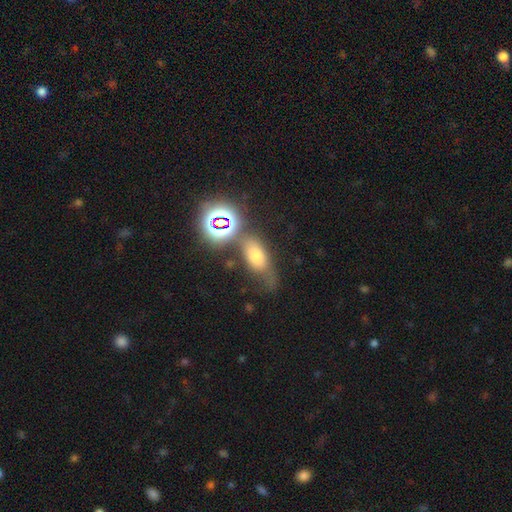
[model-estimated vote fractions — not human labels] Morphology: type=smooth (55%); roundness=in between (74%); merging=none (53%).